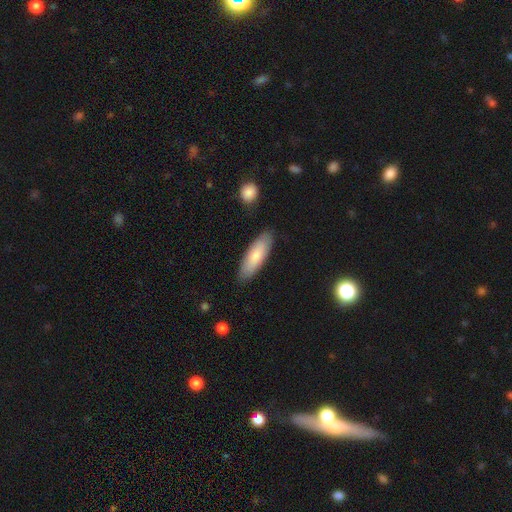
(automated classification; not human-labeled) Smooth or featured?
  - smooth: 79% *
  - featured or disk: 16%
  - star or artifact: 5%
How rounded?
  - in between: 58% *
  - cigar-shaped: 40%
  - round: 2%
Merging?
  - none: 84% *
  - minor disturbance: 11%
  - major disturbance: 2%
  - merger: 2%